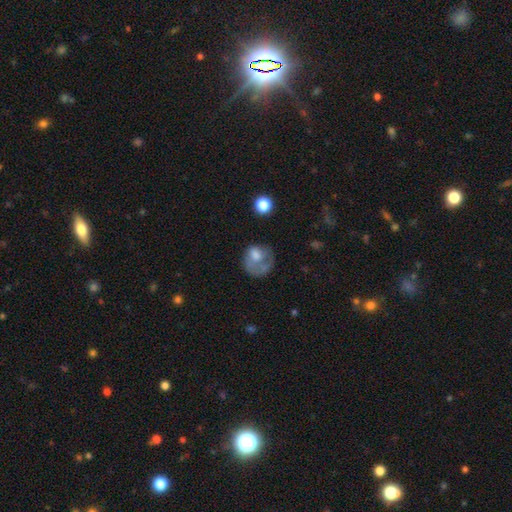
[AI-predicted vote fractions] Smooth or featured? Predicted: smooth (p=0.54). How rounded? Predicted: round (p=0.68). Merging? Predicted: major disturbance (p=0.37).